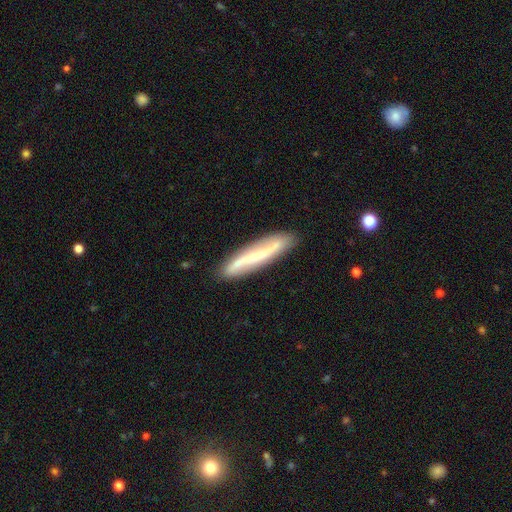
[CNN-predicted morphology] Smooth or featured?
  - featured or disk: 59% *
  - smooth: 34%
  - star or artifact: 7%
Edge-on disk?
  - yes: 53% *
  - no: 47%
Merging?
  - none: 84% *
  - minor disturbance: 11%
  - major disturbance: 2%
  - merger: 2%